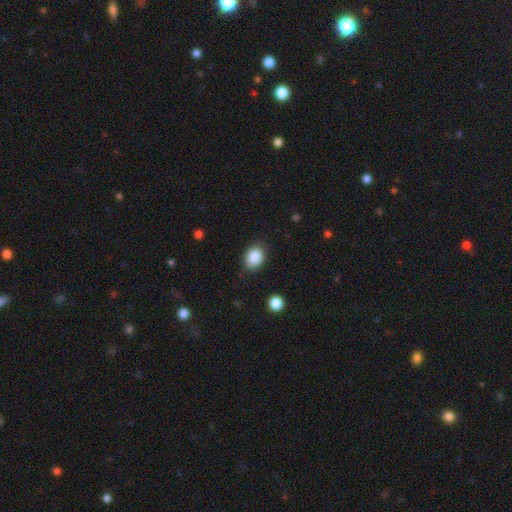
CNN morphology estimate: Smooth or featured? smooth (87%)
How rounded? in between (65%)
Merging? none (84%)